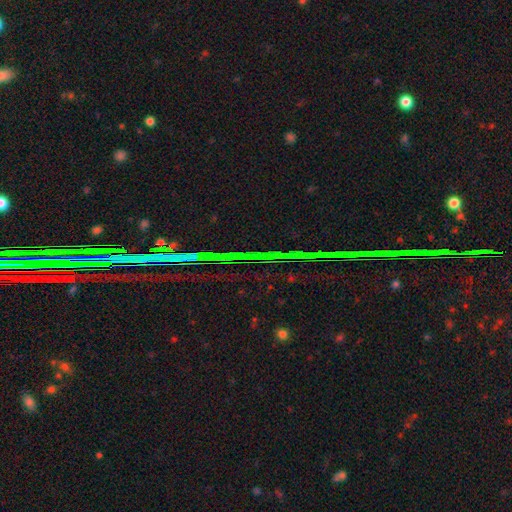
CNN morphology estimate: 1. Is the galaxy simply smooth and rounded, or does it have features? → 87% star or artifact, 7% featured or disk, 6% smooth.